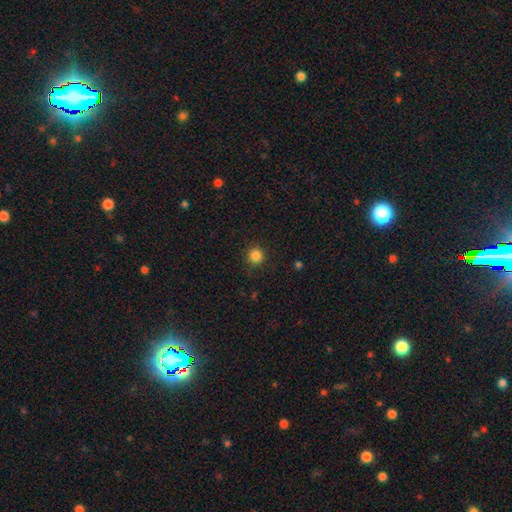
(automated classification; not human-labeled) smooth_or_featured: smooth (p=0.85) [alt: star or artifact p=0.12]
how_rounded: round (p=0.94) [alt: in between p=0.05]
merging: none (p=0.89) [alt: minor disturbance p=0.07]